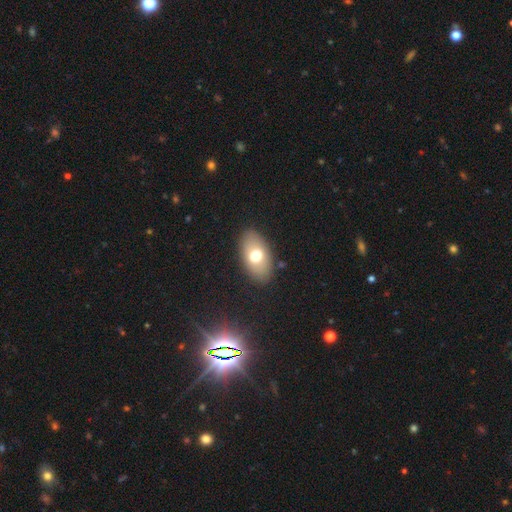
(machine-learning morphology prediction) type=smooth (67%); roundness=in between (91%); merging=none (86%).